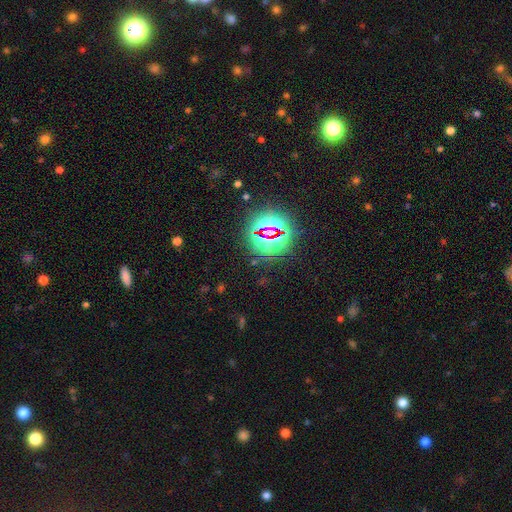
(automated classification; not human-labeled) Smooth or featured? star or artifact (80%)